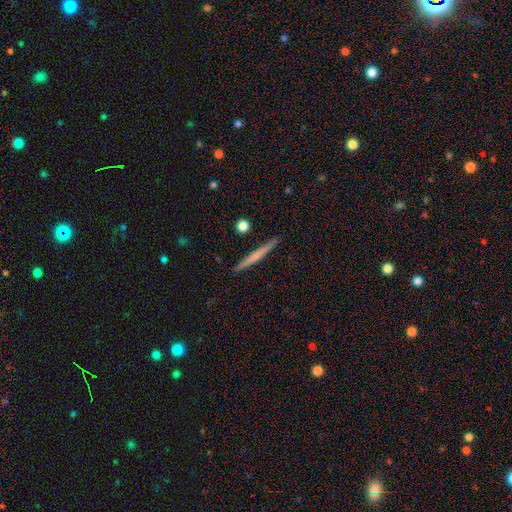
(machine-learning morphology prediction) This is possibly a smooth galaxy (49%). Merging: clearly none (91%).